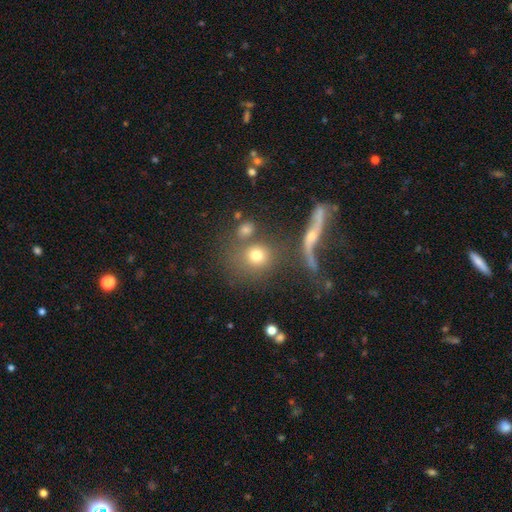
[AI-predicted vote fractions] A smooth galaxy with no disk features (65%) that is round (82%). Merging: none (60%).